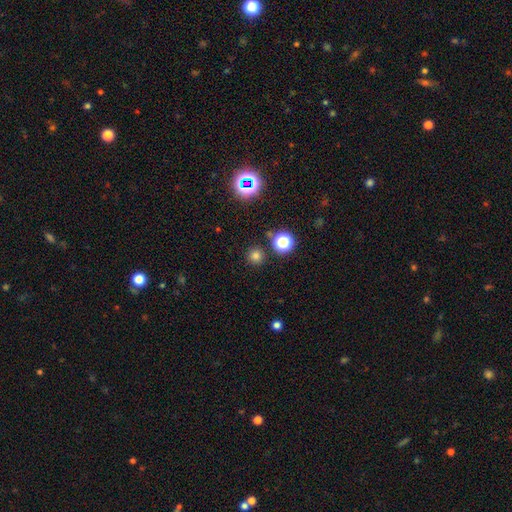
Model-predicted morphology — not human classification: Q: Smooth or featured?
A: smooth (73%); runner-up: star or artifact (22%)
Q: How rounded?
A: round (95%); runner-up: in between (4%)
Q: Merging?
A: none (89%); runner-up: minor disturbance (5%)